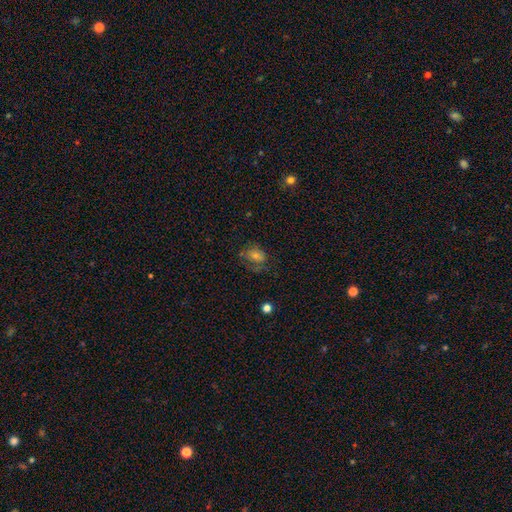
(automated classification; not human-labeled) Smooth or featured? Predicted: smooth (p=0.47). Merging? Predicted: none (p=0.57).